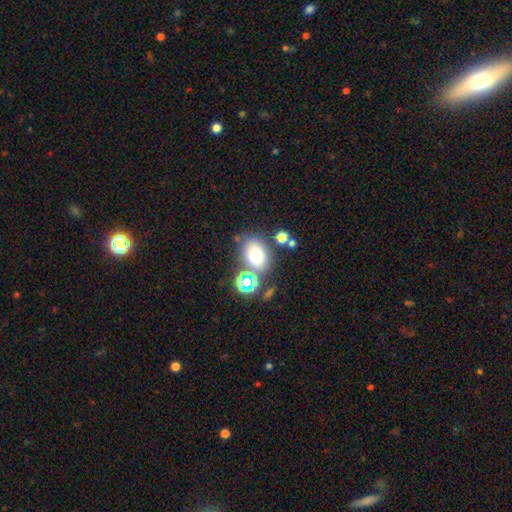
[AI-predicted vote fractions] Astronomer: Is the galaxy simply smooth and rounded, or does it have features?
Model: smooth — 69%.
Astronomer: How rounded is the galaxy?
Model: in between — 62% (runner-up: round, 37%).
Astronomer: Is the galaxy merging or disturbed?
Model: none — 66%.